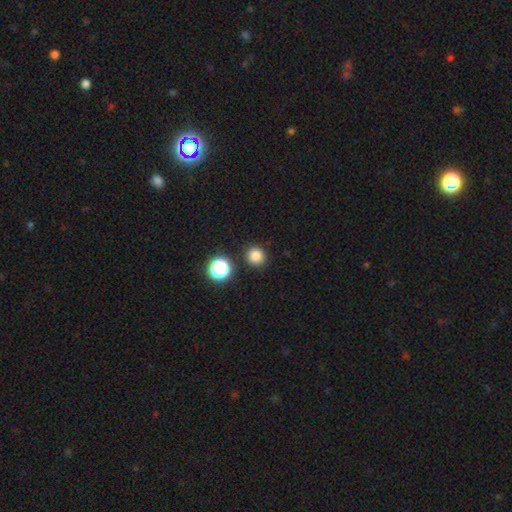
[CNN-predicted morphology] Smooth or featured: smooth — 82% (star or artifact — 14%)
How rounded: round — 89% (in between — 10%)
Merging: none — 89% (minor disturbance — 7%)